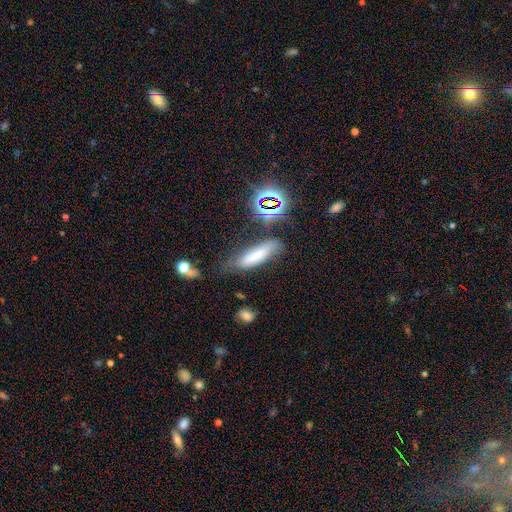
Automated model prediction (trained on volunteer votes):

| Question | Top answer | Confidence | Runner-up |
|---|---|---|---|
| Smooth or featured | smooth | 58% | featured or disk (28%) |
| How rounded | cigar-shaped | 57% | in between (41%) |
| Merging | none | 57% | minor disturbance (25%) |